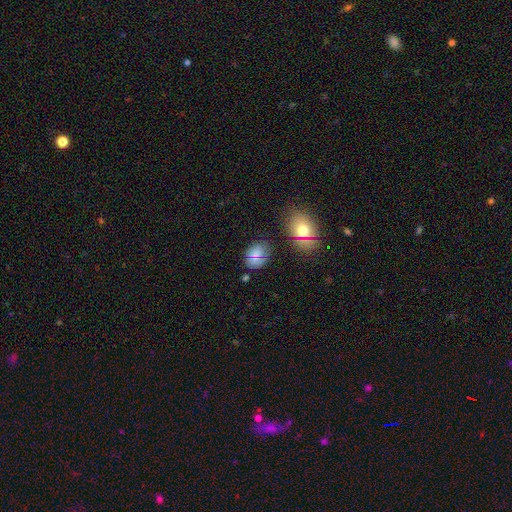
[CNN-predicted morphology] Smooth or featured: smooth — 65% (featured or disk — 18%)
How rounded: in between — 67% (round — 32%)
Merging: none — 70% (minor disturbance — 19%)